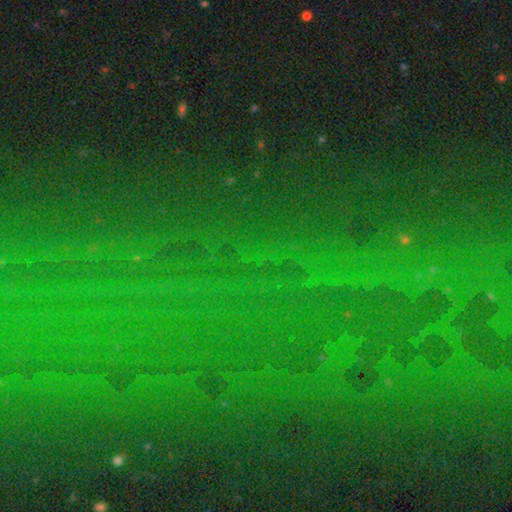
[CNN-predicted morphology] Smooth or featured?
  - star or artifact: 83% *
  - smooth: 9%
  - featured or disk: 8%